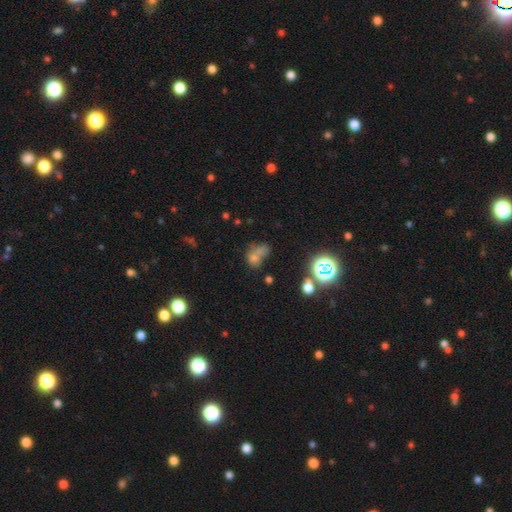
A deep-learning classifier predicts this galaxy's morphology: Smooth or featured?
  - smooth: 61% *
  - star or artifact: 23%
  - featured or disk: 16%
How rounded?
  - in between: 56% *
  - round: 42%
  - cigar-shaped: 2%
Merging?
  - merger: 52% *
  - none: 26%
  - minor disturbance: 11%
  - major disturbance: 10%